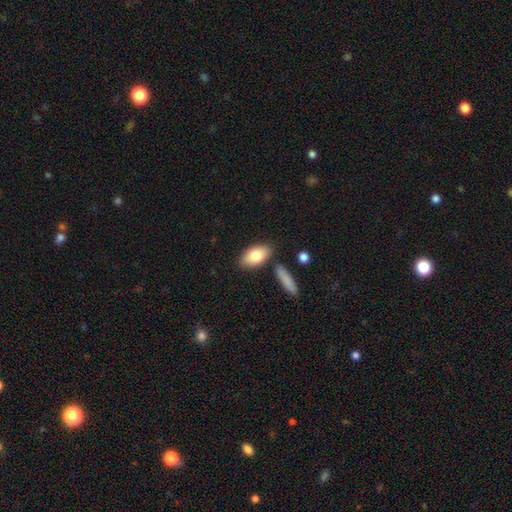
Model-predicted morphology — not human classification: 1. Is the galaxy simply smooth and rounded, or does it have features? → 79% smooth, 15% featured or disk, 6% star or artifact.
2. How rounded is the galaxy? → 91% in between, 5% cigar-shaped, 4% round.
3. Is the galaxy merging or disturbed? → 79% none, 11% minor disturbance, 8% merger, 3% major disturbance.